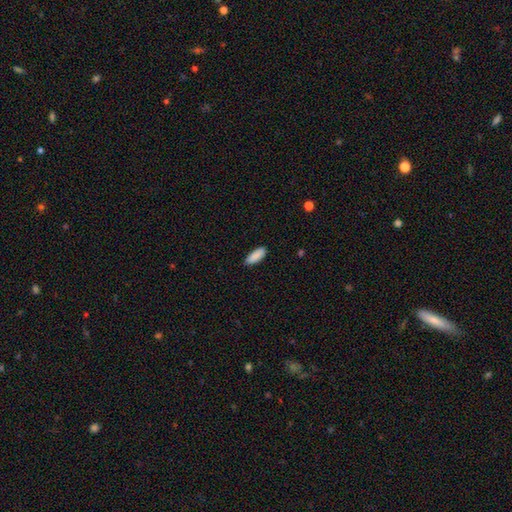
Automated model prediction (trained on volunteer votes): Smooth or featured? Predicted: smooth (p=0.90). How rounded? Predicted: in between (p=0.71). Merging? Predicted: none (p=0.88).